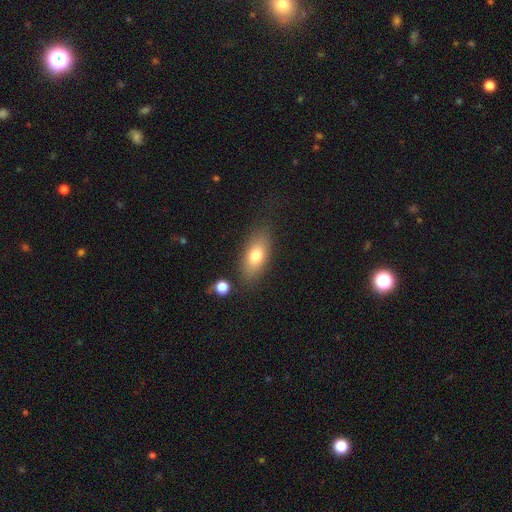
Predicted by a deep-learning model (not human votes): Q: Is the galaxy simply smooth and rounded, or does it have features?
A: smooth — 75%.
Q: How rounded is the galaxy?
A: in between — 84%.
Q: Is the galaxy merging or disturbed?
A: none — 79%.